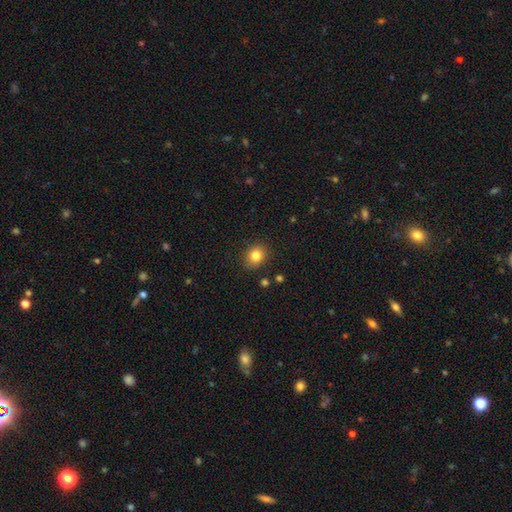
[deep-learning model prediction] A smooth galaxy with no disk features (82%) that is round (66%).

Vote fractions:
- Smooth or featured? smooth: 82% / star or artifact: 11% / featured or disk: 7%
- How rounded? round: 66% / in between: 33% / cigar-shaped: 1%
- Merging? none: 86% / minor disturbance: 10% / major disturbance: 3% / merger: 2%